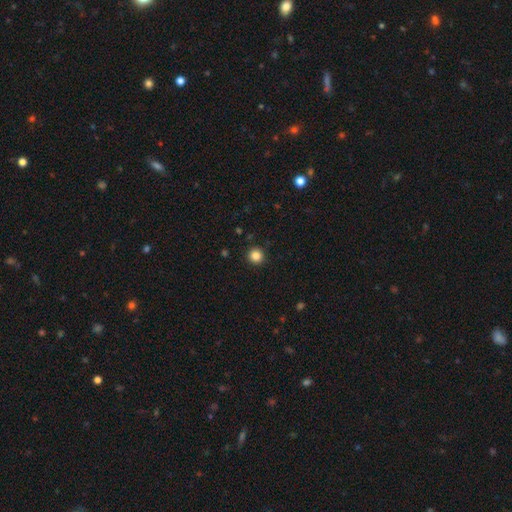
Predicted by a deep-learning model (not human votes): A smooth galaxy with no disk features (85%) that is round (95%).

Vote fractions:
- Smooth or featured? smooth: 85% / star or artifact: 12% / featured or disk: 4%
- How rounded? round: 95% / in between: 4% / cigar-shaped: 1%
- Merging? none: 92% / minor disturbance: 5% / major disturbance: 2% / merger: 1%